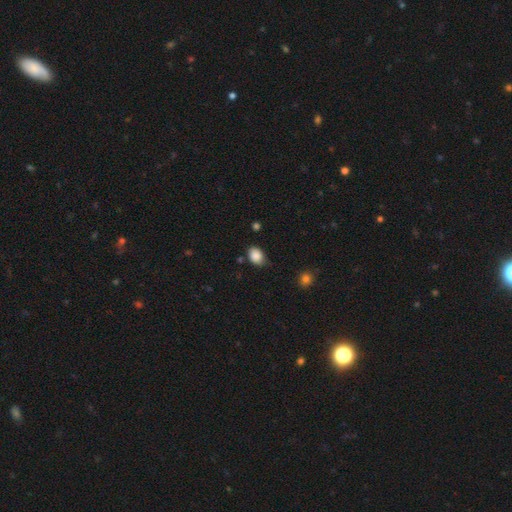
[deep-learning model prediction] Overall: smooth (88%). How rounded: in between (72%). Merging: none (70%).